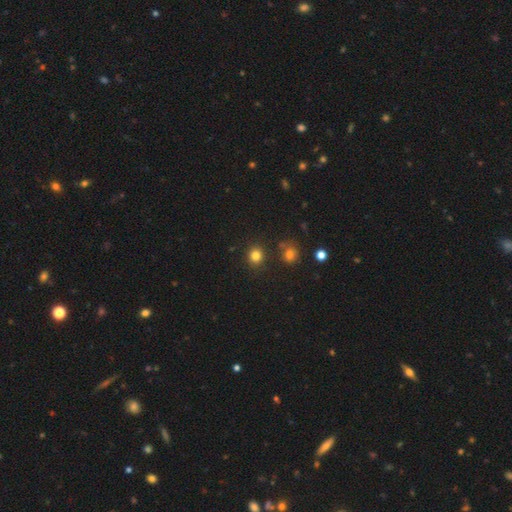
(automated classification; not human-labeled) Morphology: type=smooth (81%); roundness=round (85%); merging=none (85%).